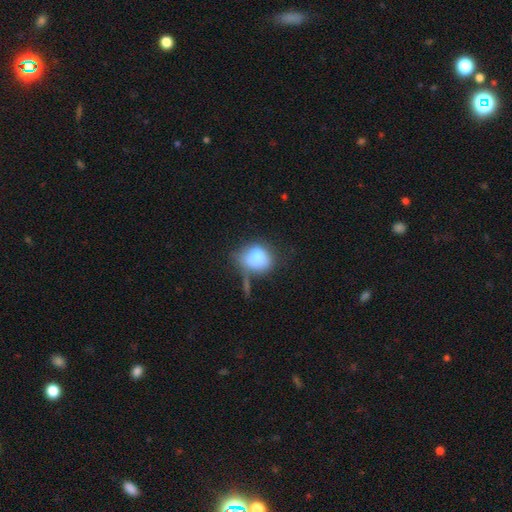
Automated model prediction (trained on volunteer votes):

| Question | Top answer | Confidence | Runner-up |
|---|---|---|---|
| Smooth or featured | smooth | 78% | featured or disk (12%) |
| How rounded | round | 61% | in between (38%) |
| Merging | none | 46% | minor disturbance (26%) |